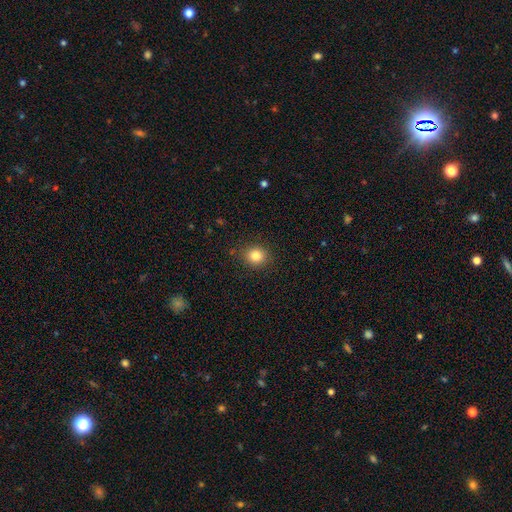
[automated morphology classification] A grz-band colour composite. It shows a smooth galaxy with no disk features (83%) that is round (78%). Merging: none (88%).